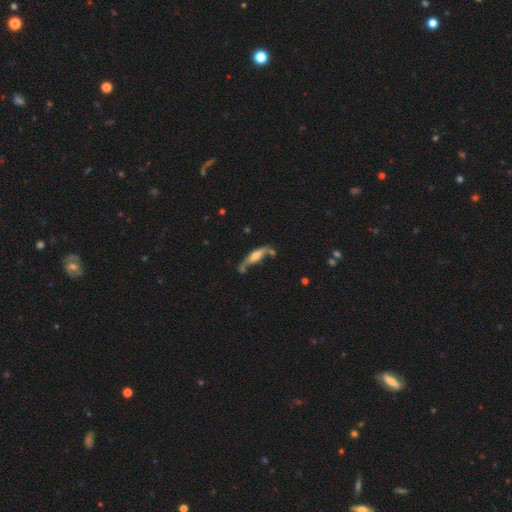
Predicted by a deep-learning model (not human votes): Smooth or featured?
  - featured or disk: 49% *
  - smooth: 44%
  - star or artifact: 7%
Merging?
  - none: 48% *
  - minor disturbance: 24%
  - merger: 16%
  - major disturbance: 12%